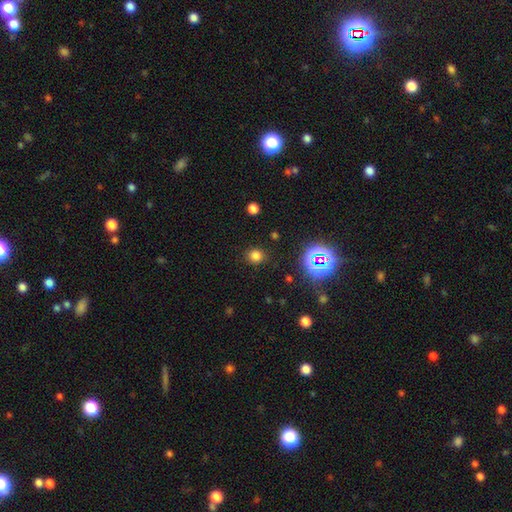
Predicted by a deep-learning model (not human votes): smooth 74%, star or artifact 21%, featured or disk 5%. Down the decision tree: how rounded — round (85%); merging — none (87%).